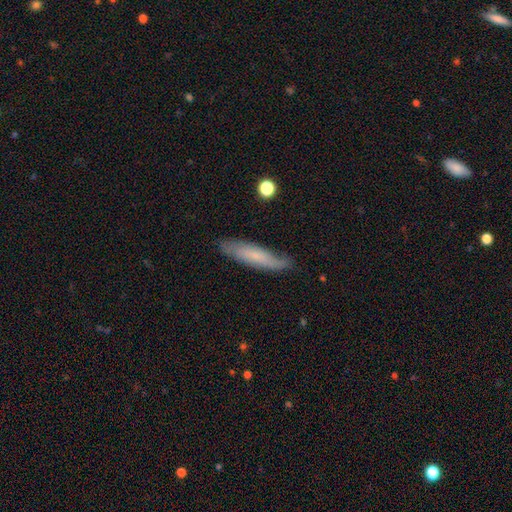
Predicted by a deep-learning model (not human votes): smooth_or_featured: smooth (p=0.58) [alt: featured or disk p=0.35]
how_rounded: cigar-shaped (p=0.80) [alt: in between p=0.18]
merging: none (p=0.76) [alt: minor disturbance p=0.18]